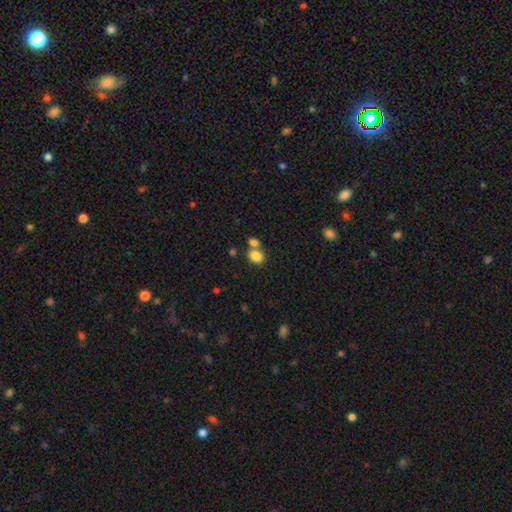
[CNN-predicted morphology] This appears to be a smooth galaxy with no disk features (84%) that is in between round and cigar-shaped (51%). Merging: none (51%).